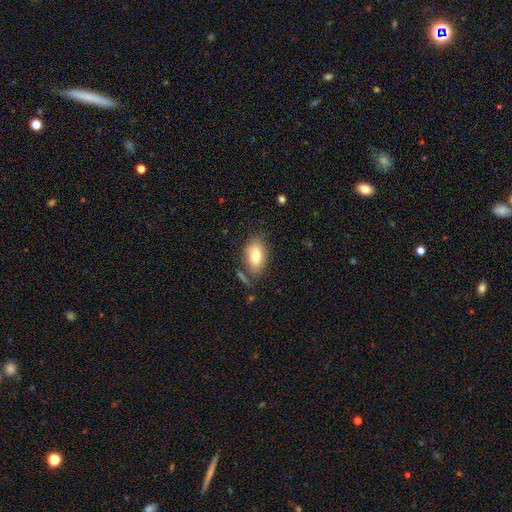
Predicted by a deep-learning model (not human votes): Smooth or featured? smooth (79%)
How rounded? in between (90%)
Merging? none (71%)